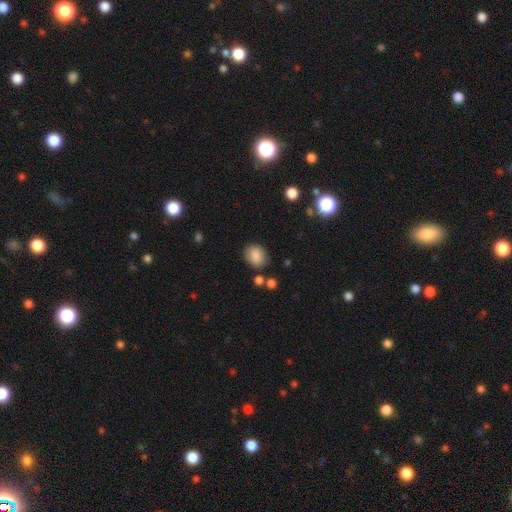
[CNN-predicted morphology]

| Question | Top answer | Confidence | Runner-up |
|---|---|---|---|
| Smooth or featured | smooth | 86% | star or artifact (9%) |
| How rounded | round | 54% | in between (45%) |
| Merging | none | 78% | minor disturbance (14%) |